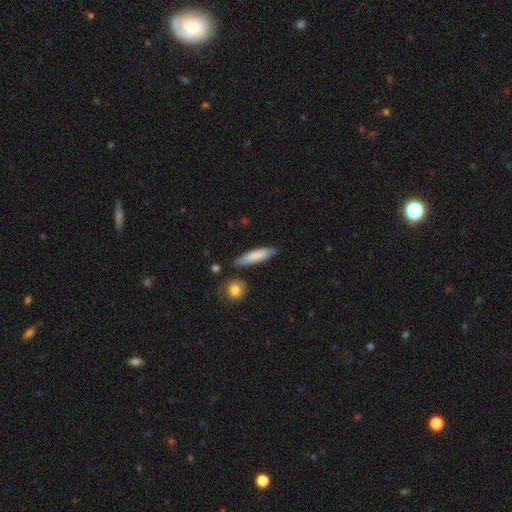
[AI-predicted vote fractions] A smooth galaxy with no disk features (80%) that is cigar-shaped (76%).

Vote fractions:
- Smooth or featured? smooth: 80% / featured or disk: 14% / star or artifact: 6%
- How rounded? cigar-shaped: 76% / in between: 22% / round: 2%
- Merging? none: 81% / minor disturbance: 13% / merger: 3% / major disturbance: 3%